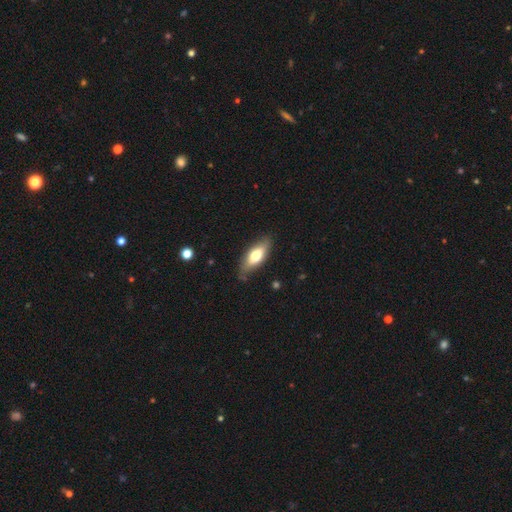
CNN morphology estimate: A smooth galaxy with no disk features (65%) that is in between round and cigar-shaped (72%). Merging: none (79%).